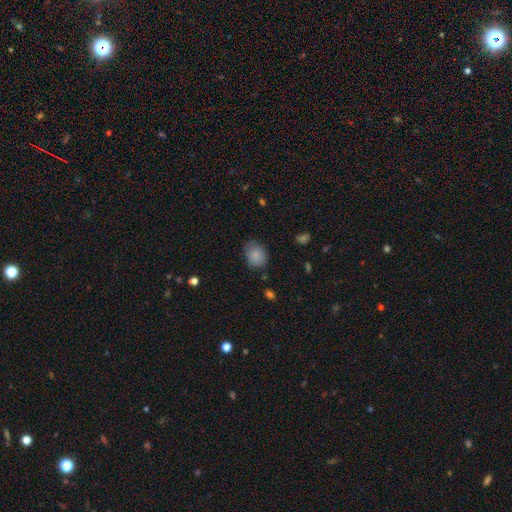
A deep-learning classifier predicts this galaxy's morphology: smooth 85%, star or artifact 8%, featured or disk 7%. Down the decision tree: how rounded — round (51%); merging — none (74%).